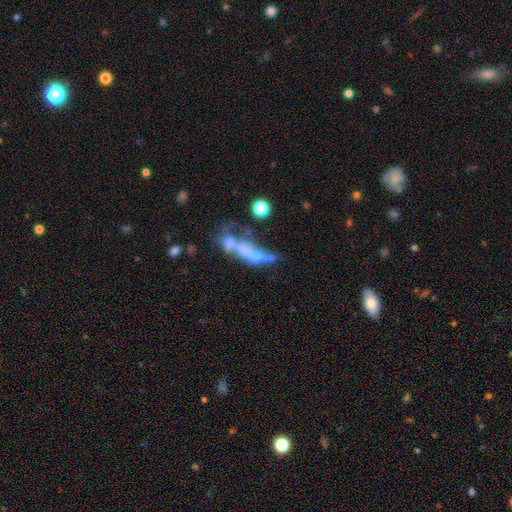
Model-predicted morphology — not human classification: smooth-or-featured: featured or disk: 49% | smooth: 36% | star or artifact: 16%
  merging: merger: 55% | major disturbance: 24% | none: 13% | minor disturbance: 8%